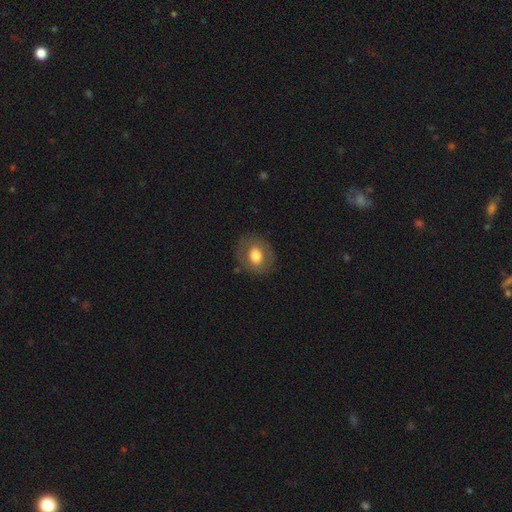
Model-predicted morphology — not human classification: This appears to be a smooth galaxy with no disk features (66%) that is round (58%). Merging: none (82%).